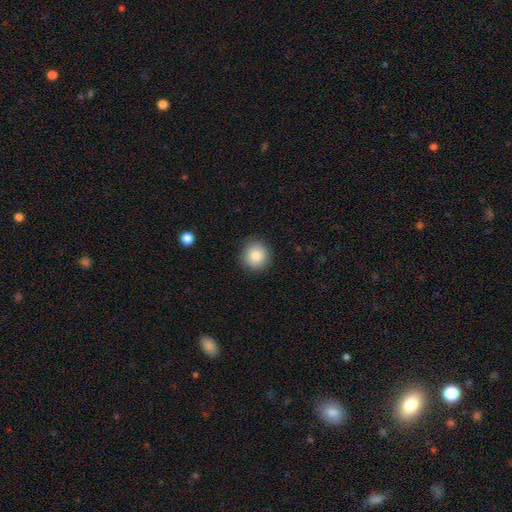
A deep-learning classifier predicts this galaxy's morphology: The model was most divided on "smooth or featured": smooth: 81%, featured or disk: 9%, star or artifact: 9%. More confident: how rounded — round (92%); merging — none (89%).